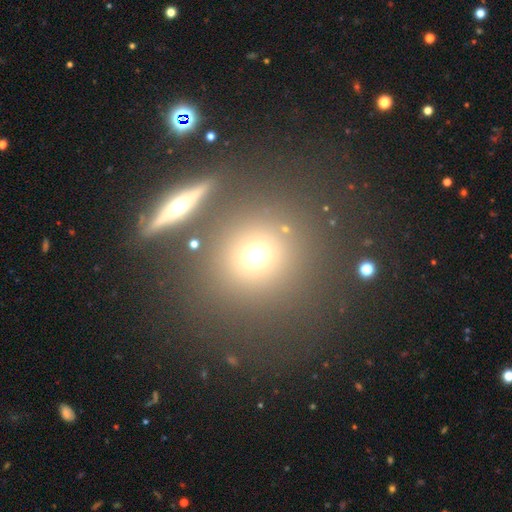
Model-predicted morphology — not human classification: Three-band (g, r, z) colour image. It shows a smooth galaxy with no disk features (66%) that is round (90%). Merging: none (74%).